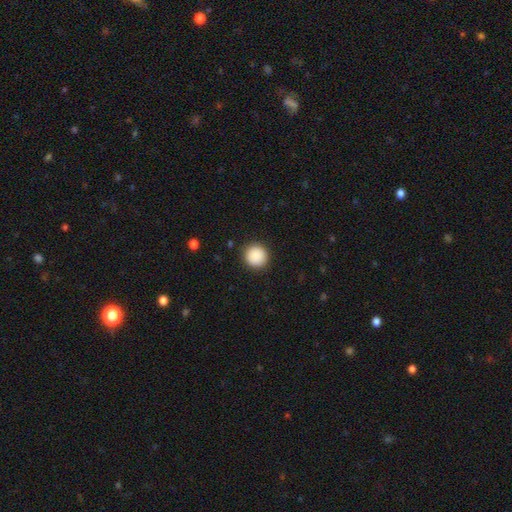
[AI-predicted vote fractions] This is clearly a smooth galaxy (89%). How rounded: clearly round (95%). Merging: clearly none (91%).